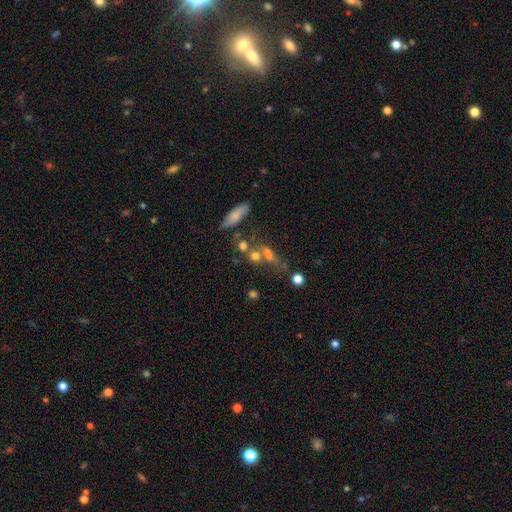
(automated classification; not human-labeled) This appears to be a smooth galaxy with no disk features (59%) that is in between round and cigar-shaped (42%). Merging: merger (39%).